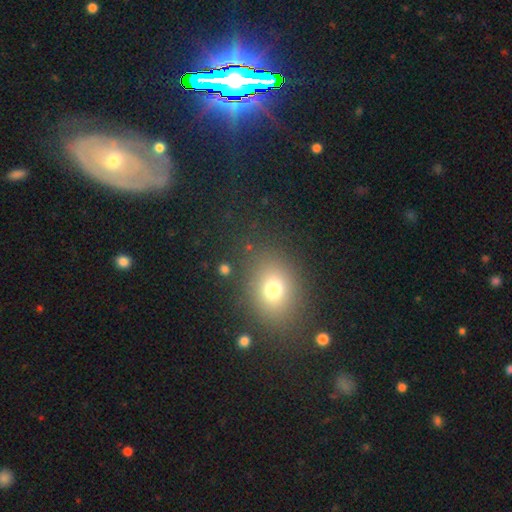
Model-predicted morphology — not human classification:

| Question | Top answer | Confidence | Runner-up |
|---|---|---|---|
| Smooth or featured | smooth | 53% | star or artifact (29%) |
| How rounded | in between | 70% | round (28%) |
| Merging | none | 81% | minor disturbance (12%) |